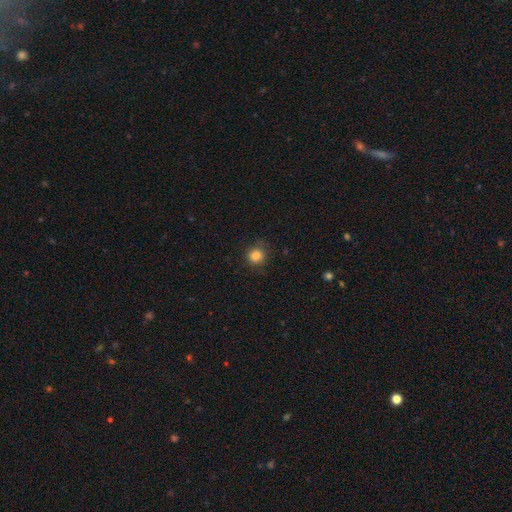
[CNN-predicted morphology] smooth 84%, star or artifact 11%, featured or disk 4%. Down the decision tree: how rounded — round (91%); merging — none (83%).